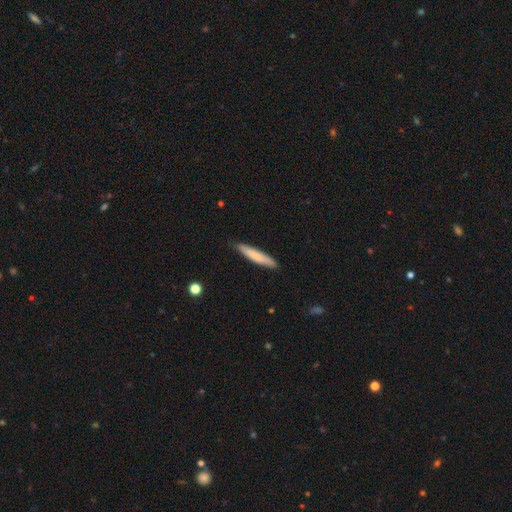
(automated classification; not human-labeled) Overall: smooth (77%). How rounded: cigar-shaped (91%). Merging: none (87%).